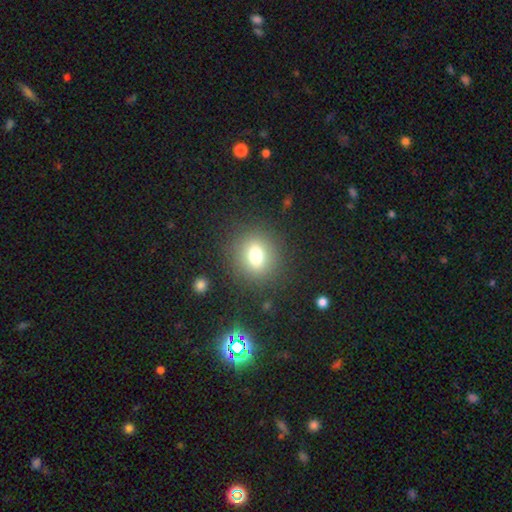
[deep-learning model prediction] Smooth or featured? smooth (73%)
How rounded? round (69%)
Merging? none (86%)